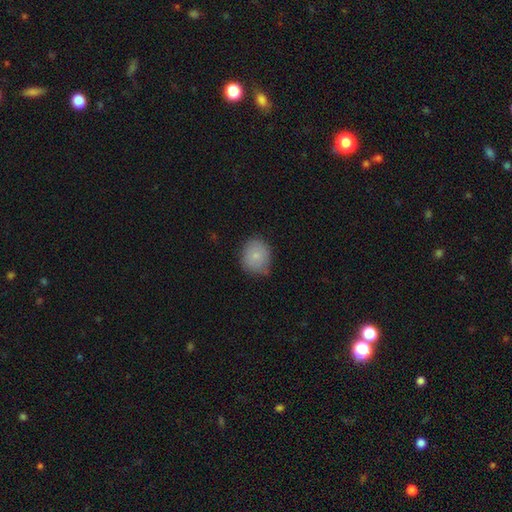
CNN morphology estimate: A smooth galaxy with no disk features (81%) that is round (70%). Merging: none (68%).